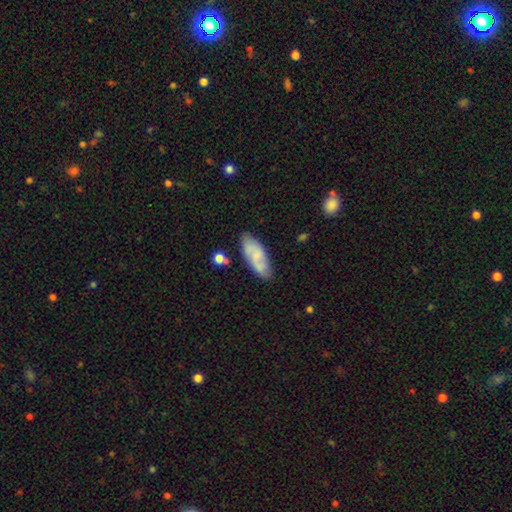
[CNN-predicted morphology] The model was most divided on "smooth or featured": smooth: 55%, featured or disk: 39%, star or artifact: 7%. More confident: merging — none (76%); how rounded — in between (75%).